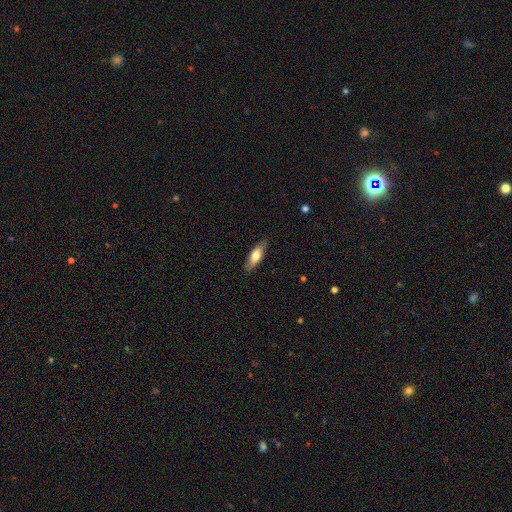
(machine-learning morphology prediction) smooth 65%, featured or disk 30%, star or artifact 6%. Down the decision tree: how rounded — in between (54%); merging — none (83%).